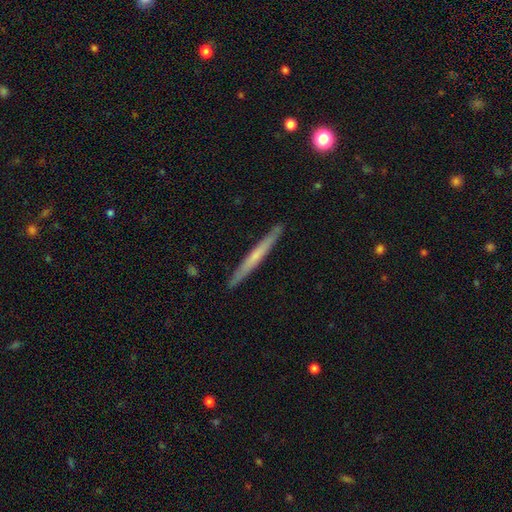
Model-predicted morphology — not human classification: Smooth or featured? Predicted: featured or disk (p=0.50). Merging? Predicted: none (p=0.91).